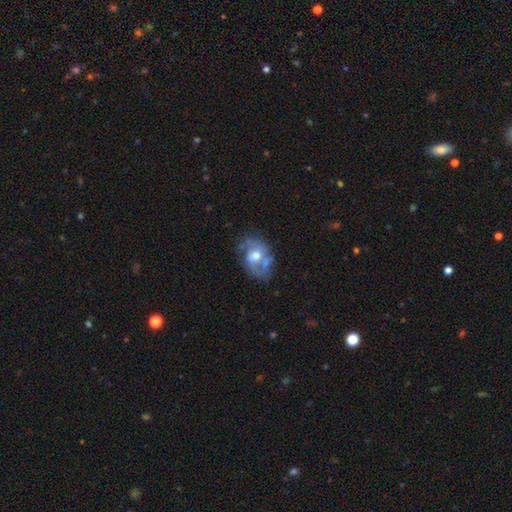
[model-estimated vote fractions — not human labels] This appears to be a featured or disk galaxy (63%) with no bar (66%), spiral arms (58%) and a moderate central bulge (68%). Merging: none (47%).